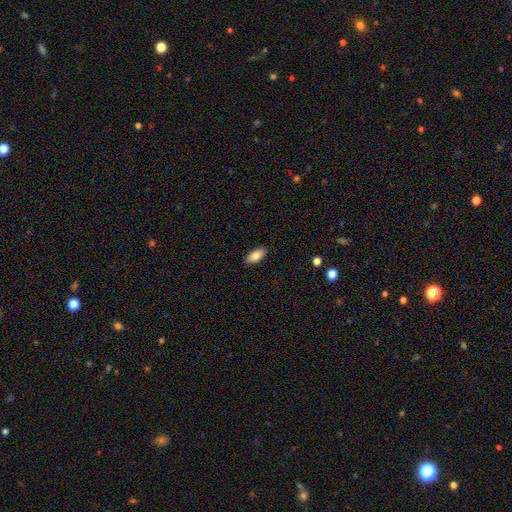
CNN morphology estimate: Smooth or featured? smooth (81%)
How rounded? in between (90%)
Merging? none (89%)